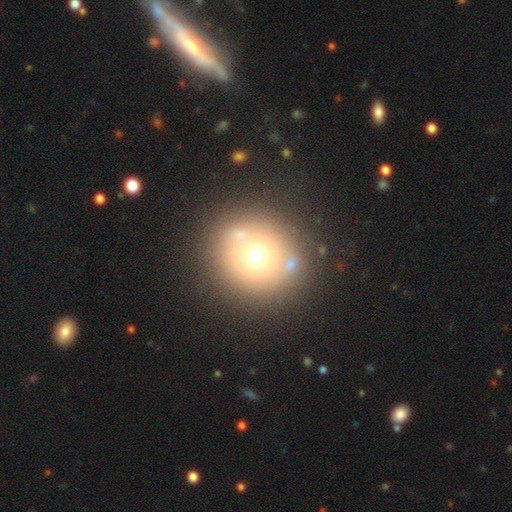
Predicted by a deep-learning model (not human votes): Q: Smooth or featured?
A: smooth (64%); runner-up: star or artifact (19%)
Q: How rounded?
A: round (89%); runner-up: in between (10%)
Q: Merging?
A: none (80%); runner-up: minor disturbance (9%)